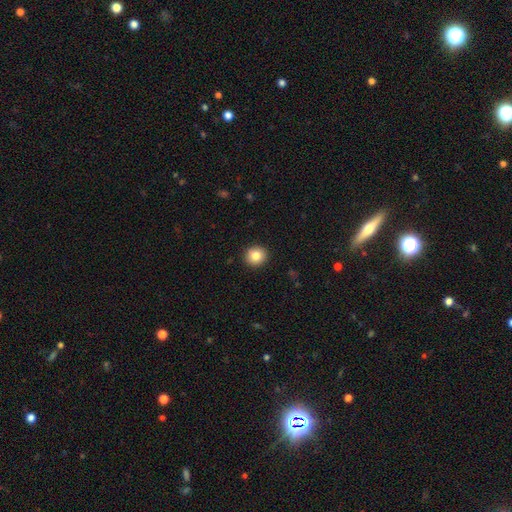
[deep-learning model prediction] Smooth or featured: smooth — 83% (star or artifact — 9%)
How rounded: round — 89% (in between — 10%)
Merging: none — 92% (minor disturbance — 5%)